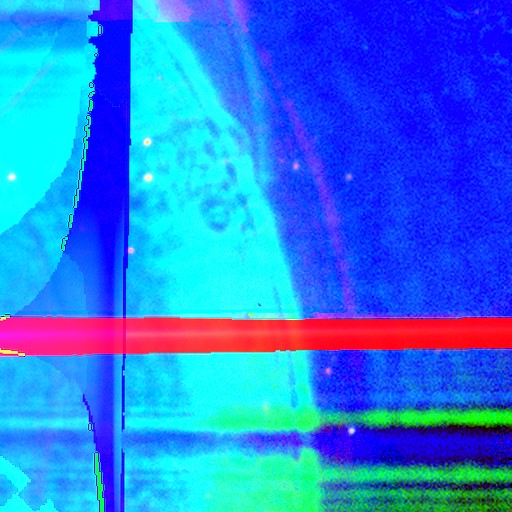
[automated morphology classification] Q: Smooth or featured?
A: star or artifact (86%); runner-up: featured or disk (8%)